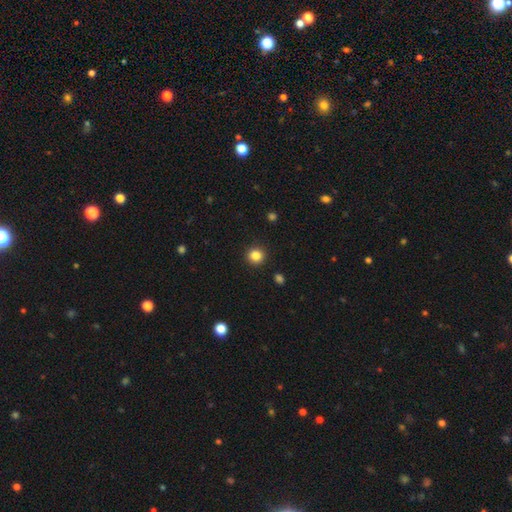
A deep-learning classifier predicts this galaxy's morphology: Smooth or featured: smooth — 84% (star or artifact — 11%)
How rounded: round — 94% (in between — 5%)
Merging: none — 92% (minor disturbance — 5%)